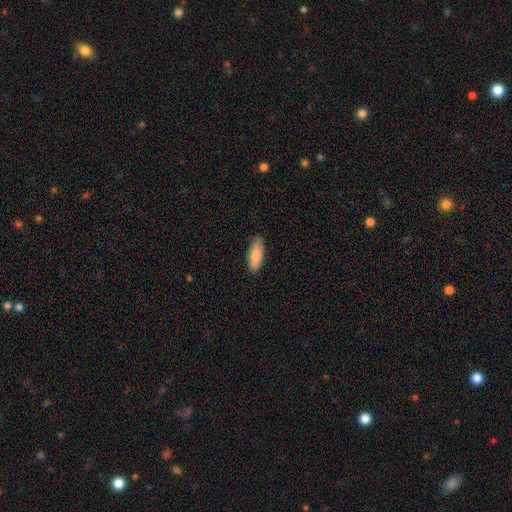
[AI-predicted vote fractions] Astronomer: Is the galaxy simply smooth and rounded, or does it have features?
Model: smooth — 85%.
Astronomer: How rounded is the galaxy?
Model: in between — 72%.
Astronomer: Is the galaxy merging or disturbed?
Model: none — 85%.